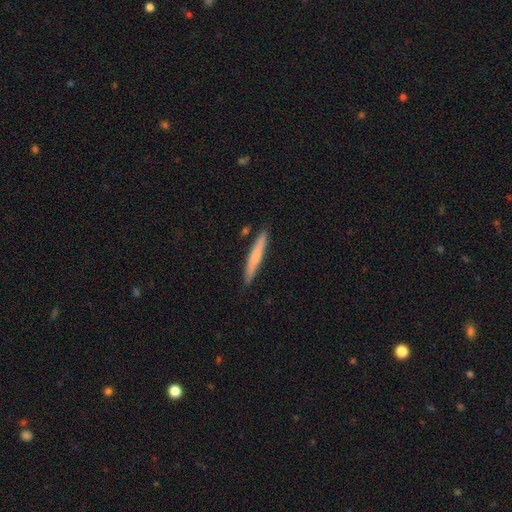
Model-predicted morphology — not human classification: smooth-or-featured: smooth: 64% | featured or disk: 31% | star or artifact: 5%
  how-rounded: cigar-shaped: 95% | in between: 4% | round: 1%
  merging: none: 89% | minor disturbance: 8% | merger: 2% | major disturbance: 1%